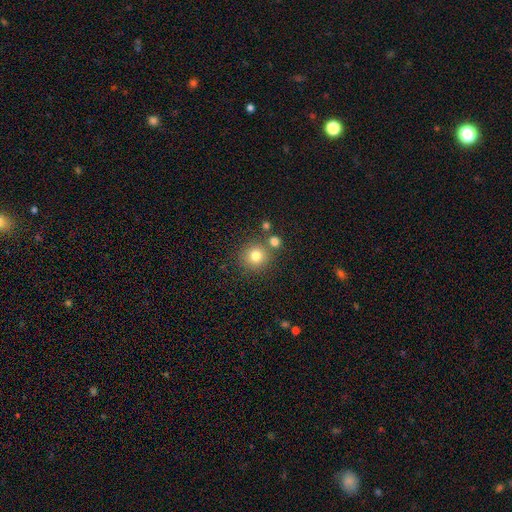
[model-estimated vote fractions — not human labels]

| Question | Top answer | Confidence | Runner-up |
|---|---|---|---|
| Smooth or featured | smooth | 79% | star or artifact (12%) |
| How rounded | round | 92% | in between (7%) |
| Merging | none | 76% | merger (12%) |